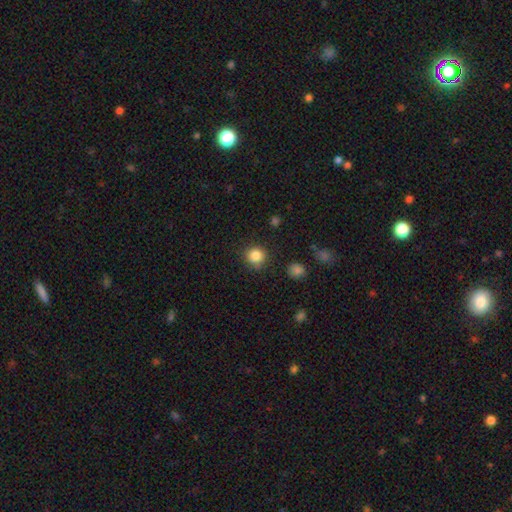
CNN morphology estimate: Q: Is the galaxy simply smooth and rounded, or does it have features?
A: smooth — 84%.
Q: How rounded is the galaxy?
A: round — 90%.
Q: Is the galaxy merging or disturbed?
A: none — 84%.